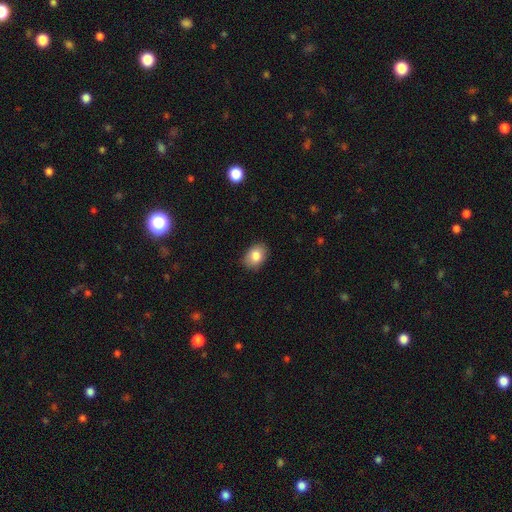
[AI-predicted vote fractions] Smooth or featured? smooth (84%)
How rounded? in between (78%)
Merging? none (85%)